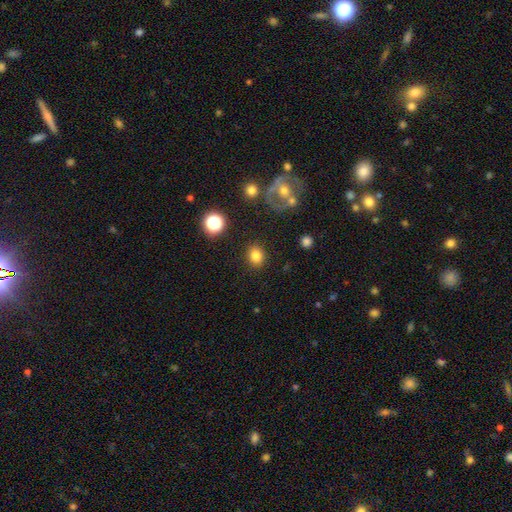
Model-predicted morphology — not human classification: This appears to be a smooth galaxy with no disk features (81%) that is round (62%). Merging: none (86%).